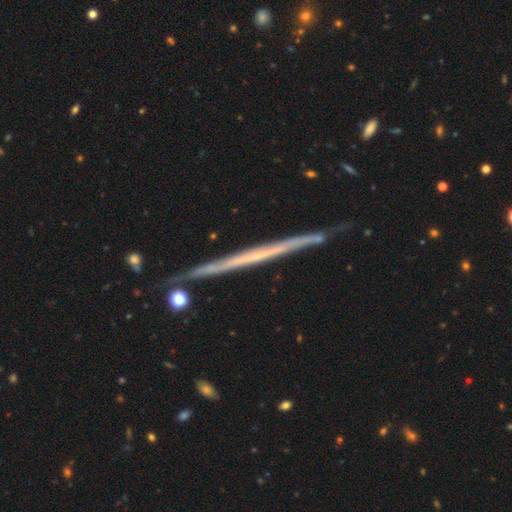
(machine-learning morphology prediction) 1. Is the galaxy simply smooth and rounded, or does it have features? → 71% featured or disk, 23% smooth, 6% star or artifact.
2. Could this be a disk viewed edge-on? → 98% yes, 2% no.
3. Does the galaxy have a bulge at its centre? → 88% none, 9% rounded, 3% boxy.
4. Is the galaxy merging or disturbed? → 89% none, 8% minor disturbance, 2% merger, 1% major disturbance.